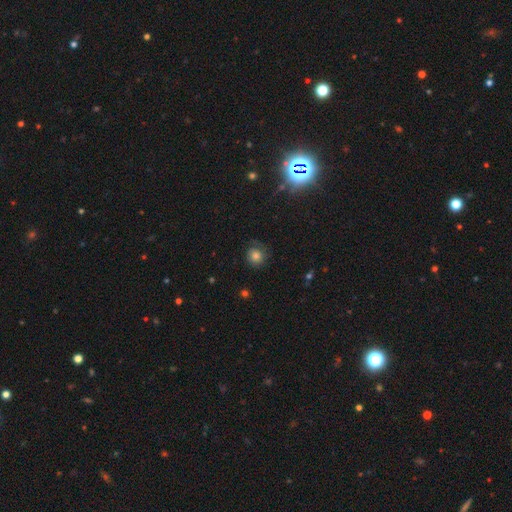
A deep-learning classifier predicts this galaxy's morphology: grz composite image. It shows a smooth galaxy with no disk features (71%) that is round (85%). Merging: none (68%).